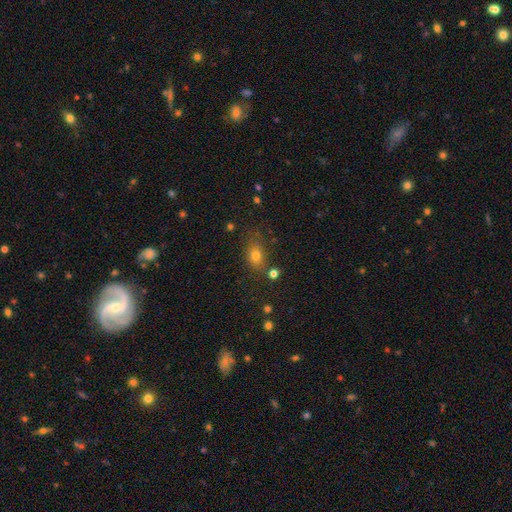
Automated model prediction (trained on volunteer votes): smooth-or-featured: smooth: 75% | star or artifact: 16% | featured or disk: 9%
  how-rounded: in between: 63% | round: 35% | cigar-shaped: 2%
  merging: none: 68% | minor disturbance: 18% | merger: 8% | major disturbance: 7%